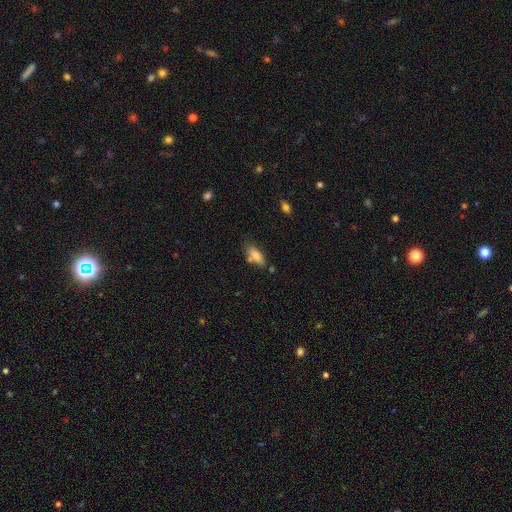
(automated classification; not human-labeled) A smooth galaxy with no disk features (79%) that is in between round and cigar-shaped (77%). Merging: none (61%).